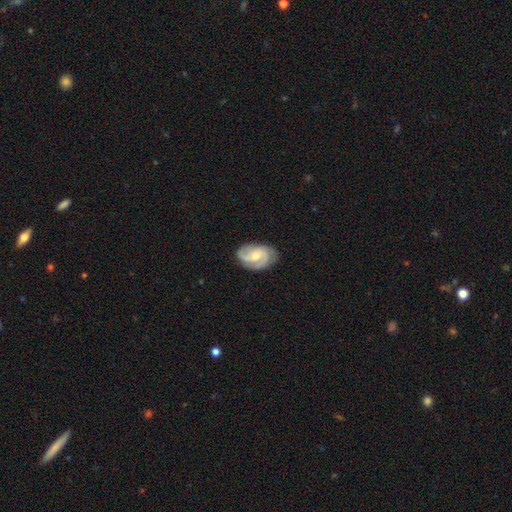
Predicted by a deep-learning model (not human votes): This is likely a featured or disk galaxy (79%). It is clearly not viewed edge-on (97%). Bar: possibly no (54%). Spiral arm pattern: clearly yes (96%). Spiral arm count: marginally 3 (42%). Spiral winding: marginally medium (44%). Central bulge: possibly moderate (49%). Merging: likely none (75%).